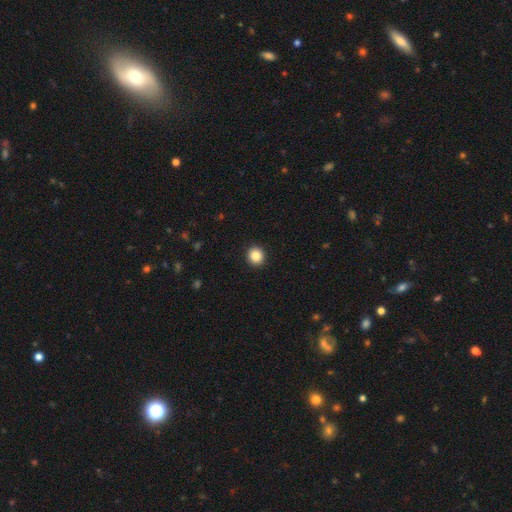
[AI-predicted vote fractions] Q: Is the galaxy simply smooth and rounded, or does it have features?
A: smooth — 86%.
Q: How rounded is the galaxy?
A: round — 89%.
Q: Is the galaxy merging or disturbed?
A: none — 93%.